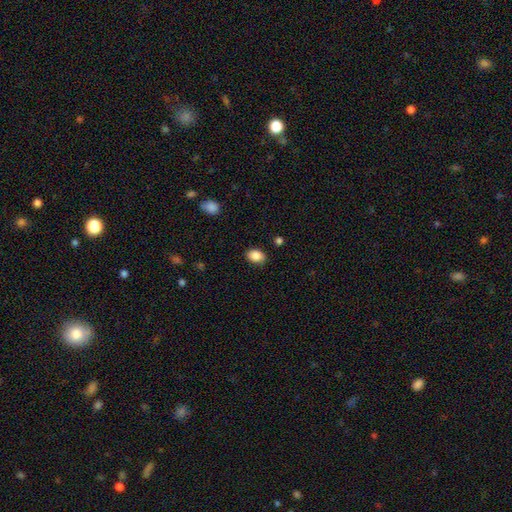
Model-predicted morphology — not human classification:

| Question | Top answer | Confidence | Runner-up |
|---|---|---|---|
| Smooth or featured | smooth | 88% | star or artifact (8%) |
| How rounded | in between | 76% | round (23%) |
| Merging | none | 85% | minor disturbance (11%) |